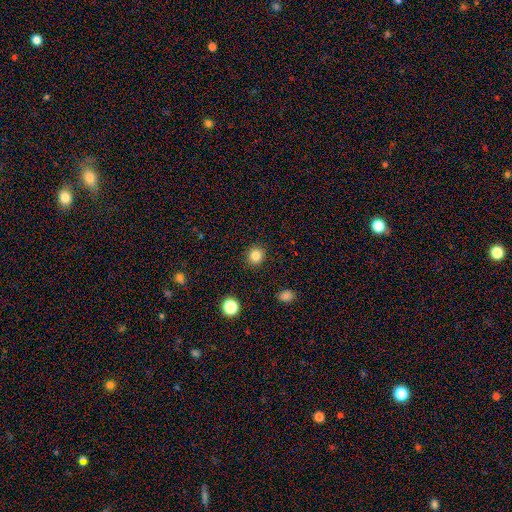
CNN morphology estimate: Overall: smooth (84%). How rounded: round (88%). Merging: none (91%).